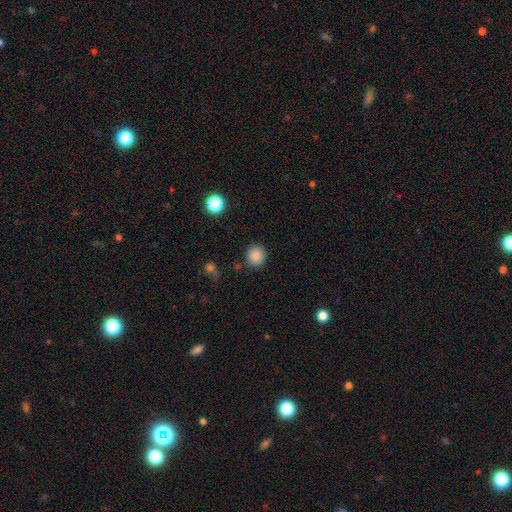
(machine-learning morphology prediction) Smooth or featured? smooth (86%)
How rounded? round (89%)
Merging? none (87%)